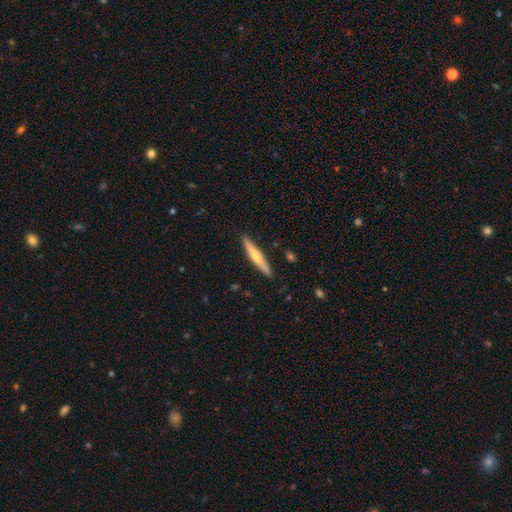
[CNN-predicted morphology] This is possibly a smooth galaxy (52%). How rounded: clearly cigar-shaped (92%). Merging: clearly none (89%).